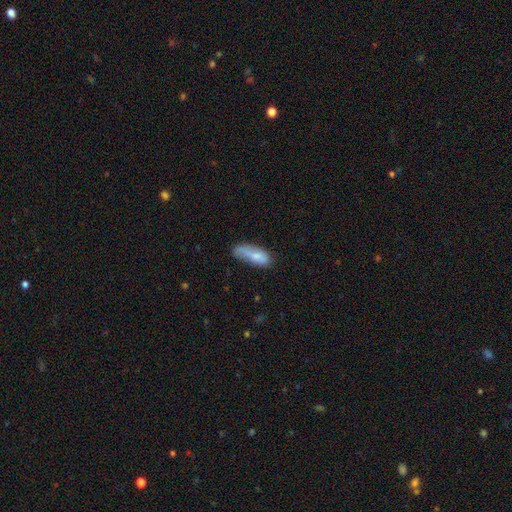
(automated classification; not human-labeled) This is likely a smooth galaxy (75%). How rounded: likely in between (67%). Merging: marginally none (42%).